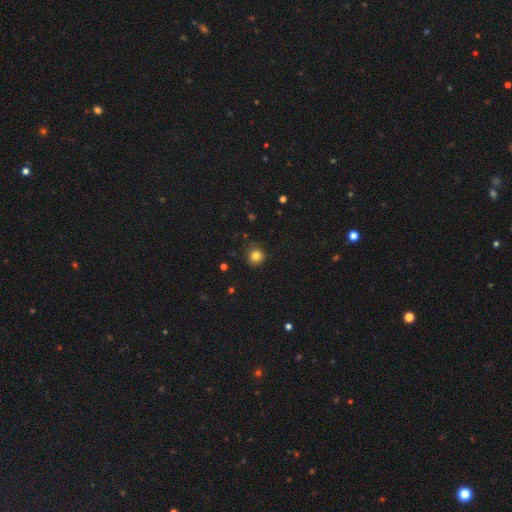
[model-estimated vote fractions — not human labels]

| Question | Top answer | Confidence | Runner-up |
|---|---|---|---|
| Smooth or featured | smooth | 82% | star or artifact (12%) |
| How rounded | round | 93% | in between (6%) |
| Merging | none | 83% | minor disturbance (13%) |